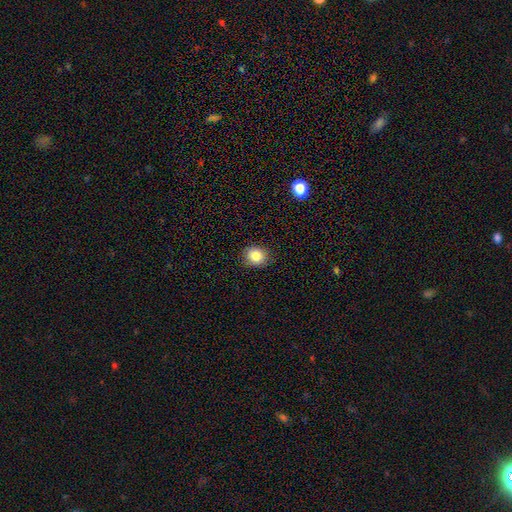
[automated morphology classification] A smooth galaxy with no disk features (85%) that is round (67%).

Vote fractions:
- Smooth or featured? smooth: 85% / star or artifact: 9% / featured or disk: 6%
- How rounded? round: 67% / in between: 32% / cigar-shaped: 1%
- Merging? none: 84% / minor disturbance: 12% / major disturbance: 3% / merger: 1%